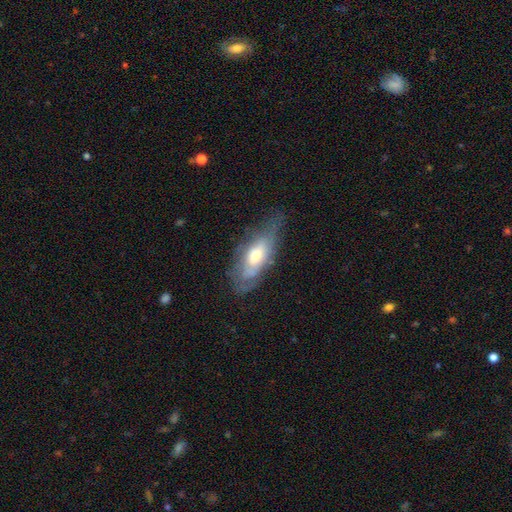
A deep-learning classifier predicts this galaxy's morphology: A featured or disk galaxy (53%).

Vote fractions:
- Smooth or featured? featured or disk: 53% / smooth: 40% / star or artifact: 7%
- Edge-on disk? no: 74% / yes: 26%
- Merging? none: 51% / minor disturbance: 32% / major disturbance: 15% / merger: 2%